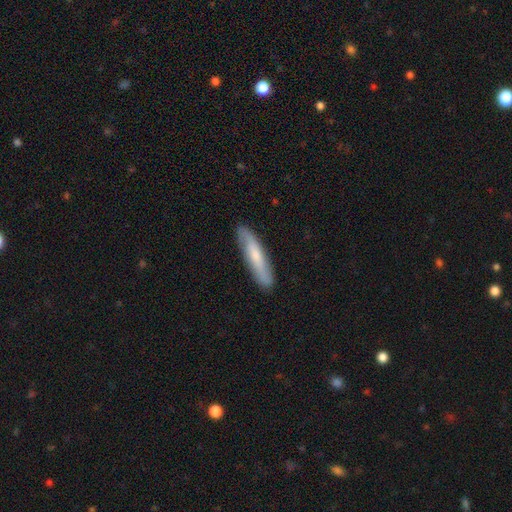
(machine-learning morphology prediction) A smooth galaxy with no disk features (59%) that is cigar-shaped (86%).

Vote fractions:
- Smooth or featured? smooth: 59% / featured or disk: 35% / star or artifact: 6%
- How rounded? cigar-shaped: 86% / in between: 13% / round: 1%
- Merging? none: 86% / minor disturbance: 10% / major disturbance: 2% / merger: 1%